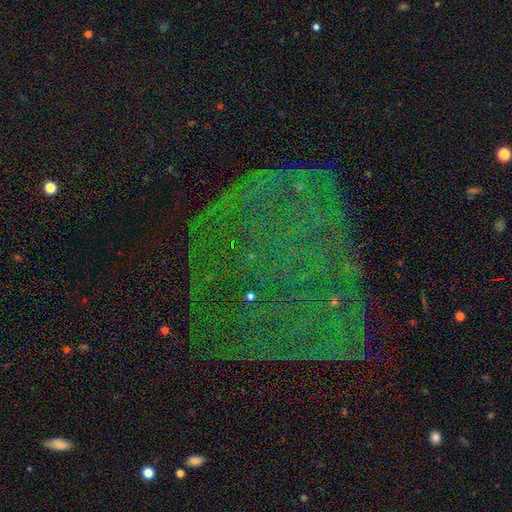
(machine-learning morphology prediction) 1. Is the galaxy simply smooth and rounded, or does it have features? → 72% star or artifact, 16% featured or disk, 12% smooth.